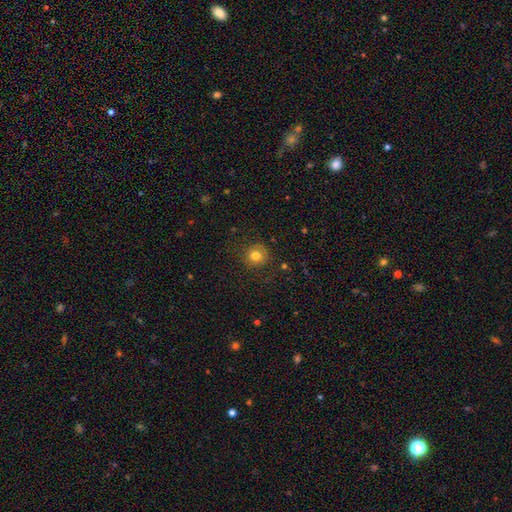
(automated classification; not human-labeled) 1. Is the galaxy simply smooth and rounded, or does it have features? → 78% smooth, 13% star or artifact, 9% featured or disk.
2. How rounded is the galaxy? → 91% round, 8% in between, 1% cigar-shaped.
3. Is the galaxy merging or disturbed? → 83% none, 11% minor disturbance, 5% major disturbance, 1% merger.